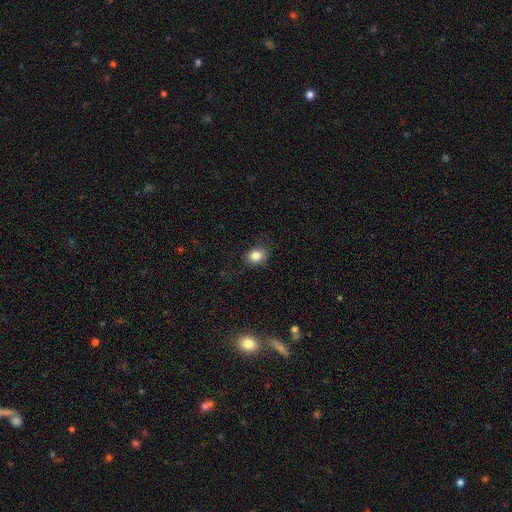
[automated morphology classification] This is clearly a smooth galaxy (84%). How rounded: possibly in between (52%). Merging: clearly none (81%).